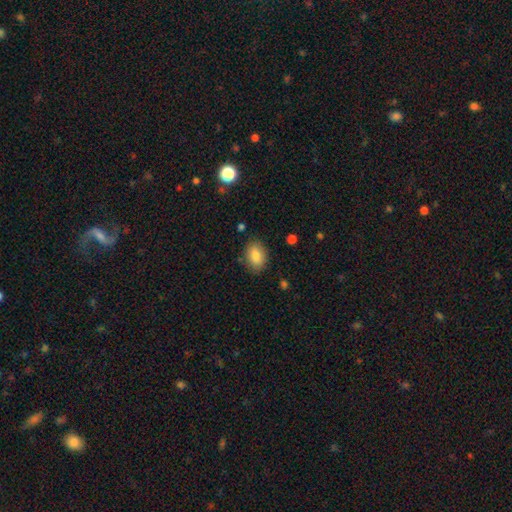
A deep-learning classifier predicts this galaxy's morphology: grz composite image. It shows a smooth galaxy with no disk features (84%) that is in between round and cigar-shaped (80%). Merging: none (84%).